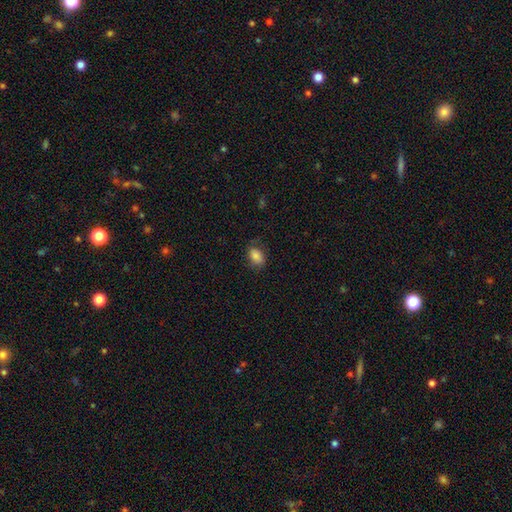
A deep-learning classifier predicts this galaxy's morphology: type=smooth (84%); roundness=in between (84%); merging=none (75%).